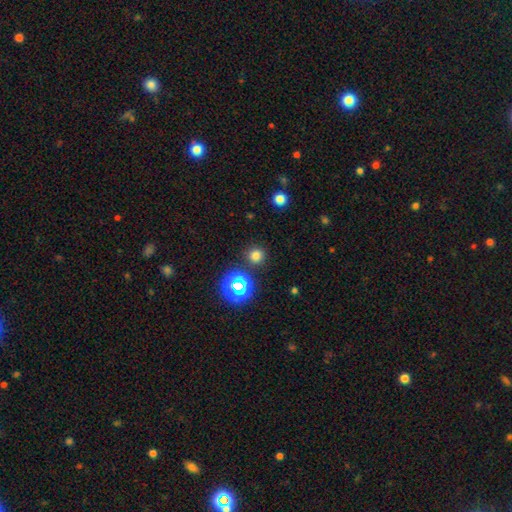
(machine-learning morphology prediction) smooth-or-featured: smooth: 72% | star or artifact: 22% | featured or disk: 6%
  how-rounded: round: 94% | in between: 5% | cigar-shaped: 1%
  merging: none: 89% | minor disturbance: 6% | merger: 3% | major disturbance: 3%